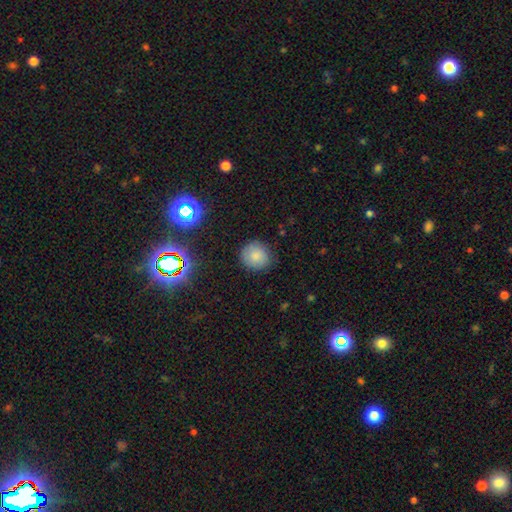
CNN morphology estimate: Smooth or featured: smooth — 82% (star or artifact — 11%)
How rounded: round — 89% (in between — 10%)
Merging: none — 85% (minor disturbance — 11%)